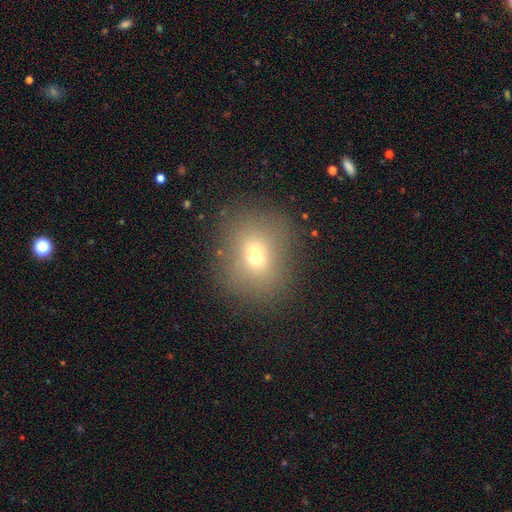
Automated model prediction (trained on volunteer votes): smooth_or_featured: smooth (p=0.64) [alt: star or artifact p=0.19]
how_rounded: round (p=0.67) [alt: in between p=0.31]
merging: none (p=0.83) [alt: minor disturbance p=0.11]